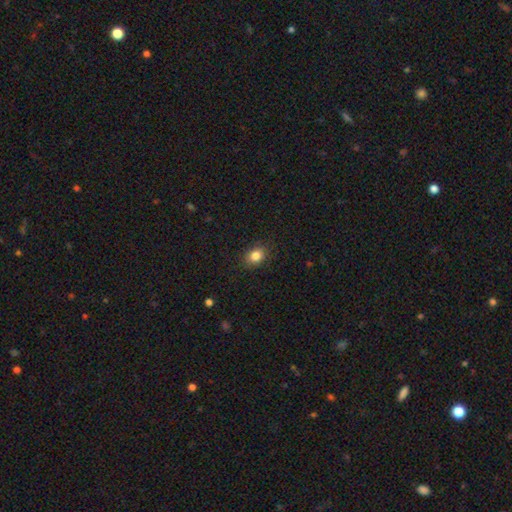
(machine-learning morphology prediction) smooth_or_featured: smooth (p=0.84) [alt: star or artifact p=0.10]
how_rounded: in between (p=0.63) [alt: round p=0.36]
merging: none (p=0.86) [alt: minor disturbance p=0.10]